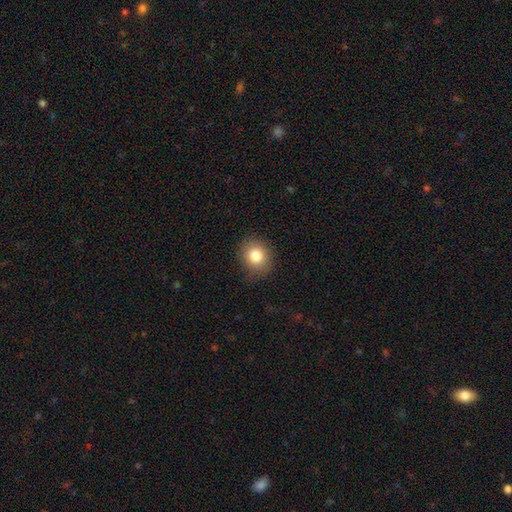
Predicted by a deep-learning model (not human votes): Smooth or featured? smooth (83%)
How rounded? round (71%)
Merging? none (82%)